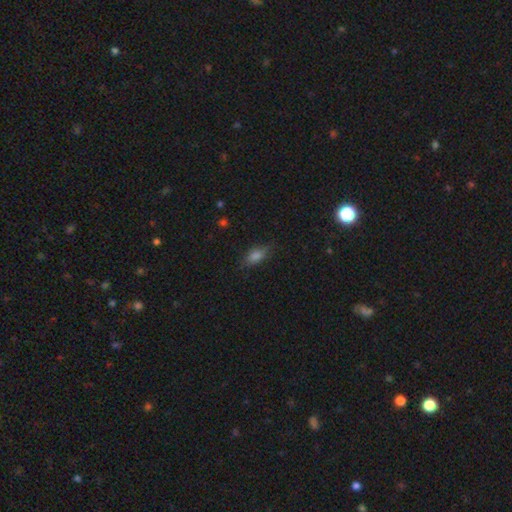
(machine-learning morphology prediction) Smooth or featured? smooth (73%)
How rounded? in between (78%)
Merging? none (78%)